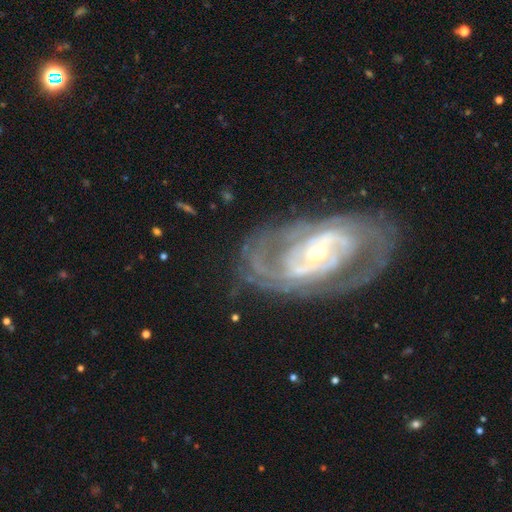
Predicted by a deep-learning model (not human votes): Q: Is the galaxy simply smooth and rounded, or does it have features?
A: featured or disk — 88%.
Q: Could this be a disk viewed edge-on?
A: no — 95%.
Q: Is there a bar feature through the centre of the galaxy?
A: no — 40%.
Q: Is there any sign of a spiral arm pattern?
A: yes — 93%.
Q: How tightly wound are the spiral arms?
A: tight — 54%.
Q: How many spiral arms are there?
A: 2 — 50%.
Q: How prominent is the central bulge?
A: small — 63%.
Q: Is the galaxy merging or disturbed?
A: none — 73%.